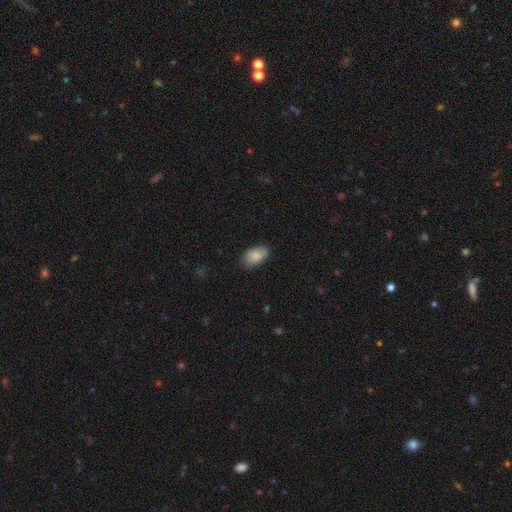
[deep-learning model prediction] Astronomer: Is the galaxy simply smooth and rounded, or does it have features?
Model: smooth — 84%.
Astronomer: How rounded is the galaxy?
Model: in between — 93%.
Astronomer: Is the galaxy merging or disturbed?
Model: none — 77%.